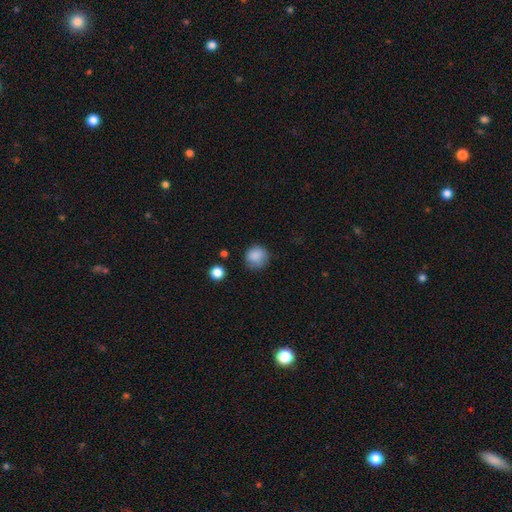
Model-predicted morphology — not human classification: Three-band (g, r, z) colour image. It shows a smooth galaxy with no disk features (86%) that is round (86%). Merging: none (72%).